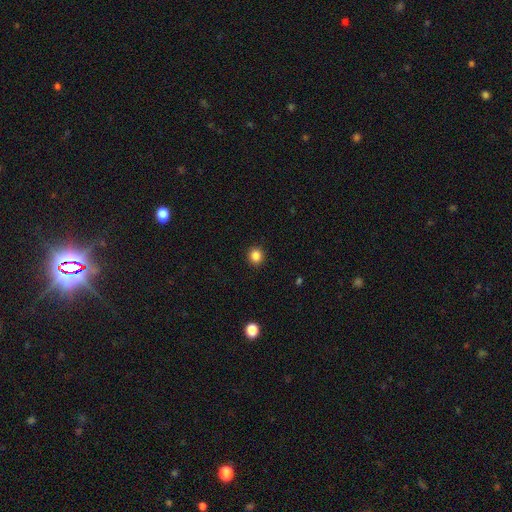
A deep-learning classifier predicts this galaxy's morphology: Q: Smooth or featured?
A: smooth (86%); runner-up: star or artifact (11%)
Q: How rounded?
A: round (87%); runner-up: in between (12%)
Q: Merging?
A: none (92%); runner-up: minor disturbance (5%)